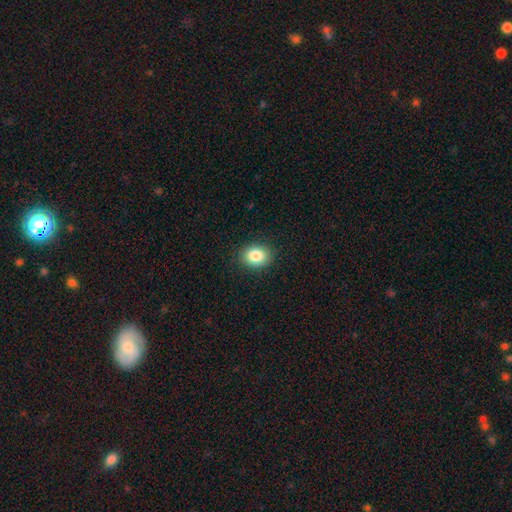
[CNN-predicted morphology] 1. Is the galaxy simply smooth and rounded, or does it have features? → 85% smooth, 9% star or artifact, 6% featured or disk.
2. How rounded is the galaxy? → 59% in between, 40% round, 1% cigar-shaped.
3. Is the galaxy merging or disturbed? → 88% none, 8% minor disturbance, 2% major disturbance, 1% merger.